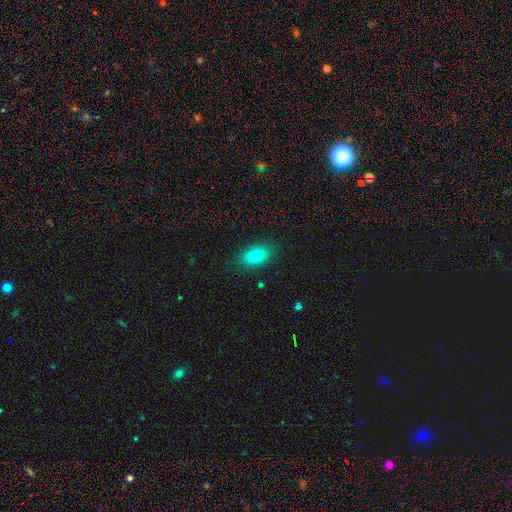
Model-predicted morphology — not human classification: This is clearly a smooth galaxy (82%). How rounded: clearly in between (89%). Merging: clearly none (86%).